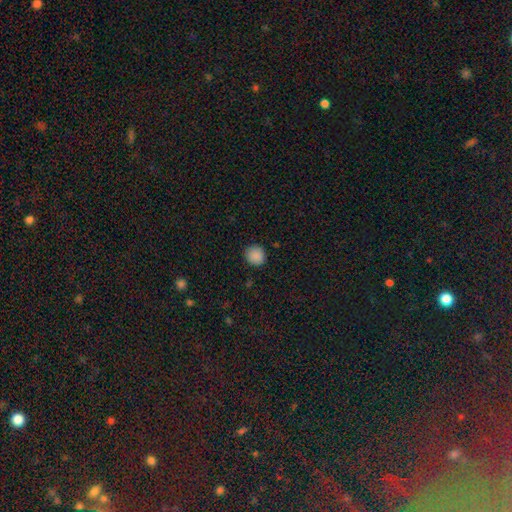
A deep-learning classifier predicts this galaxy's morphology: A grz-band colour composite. It shows a smooth galaxy with no disk features (88%) that is round (89%). Merging: none (90%).